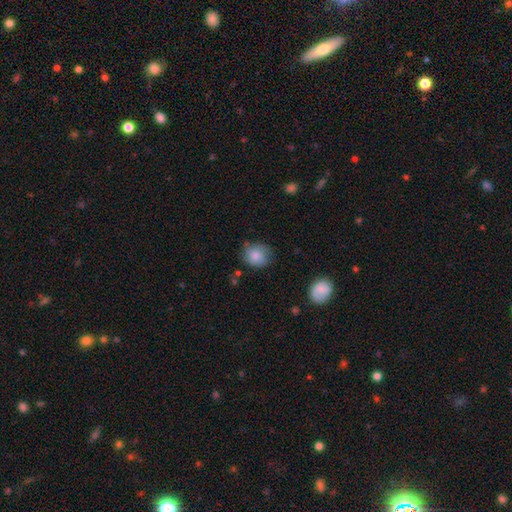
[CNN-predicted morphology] Overall: smooth (80%). How rounded: round (73%). Merging: none (69%).